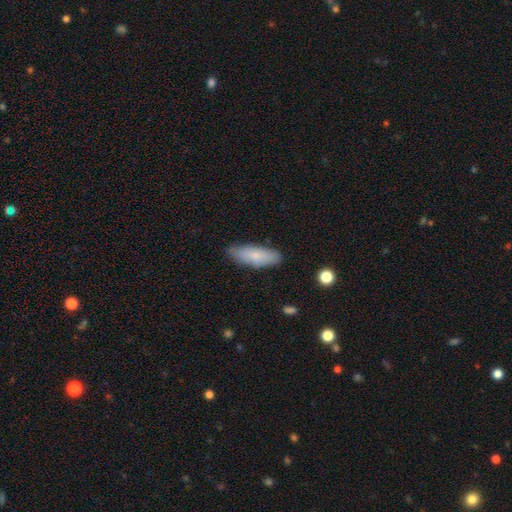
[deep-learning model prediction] Overall: smooth (76%). How rounded: in between (57%; cigar-shaped 41%). Merging: none (81%).